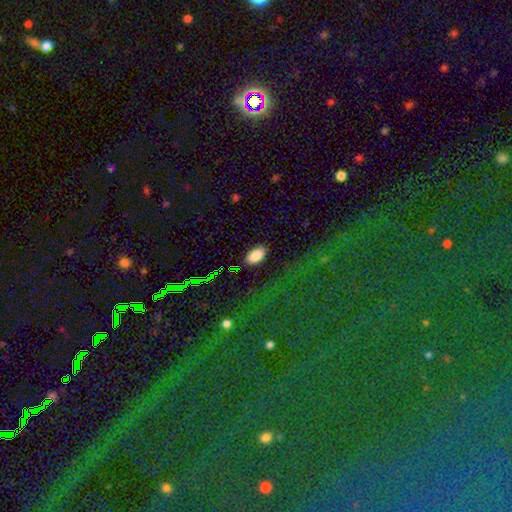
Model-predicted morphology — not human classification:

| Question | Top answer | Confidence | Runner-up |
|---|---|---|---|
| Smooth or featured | smooth | 84% | star or artifact (10%) |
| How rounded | in between | 93% | round (3%) |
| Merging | none | 86% | minor disturbance (10%) |